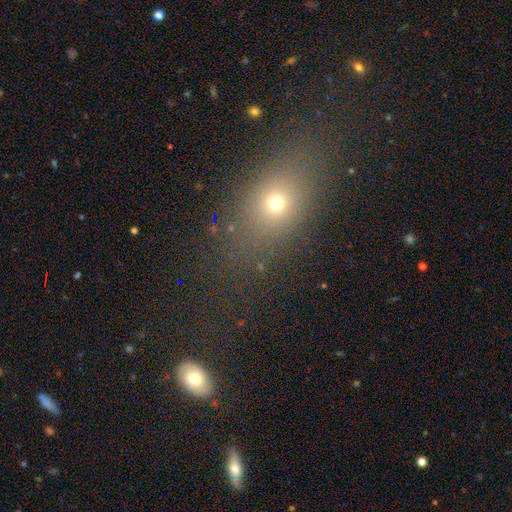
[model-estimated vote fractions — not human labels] smooth_or_featured: smooth (p=0.61) [alt: star or artifact p=0.25]
how_rounded: in between (p=0.61) [alt: round p=0.31]
merging: none (p=0.79) [alt: minor disturbance p=0.11]